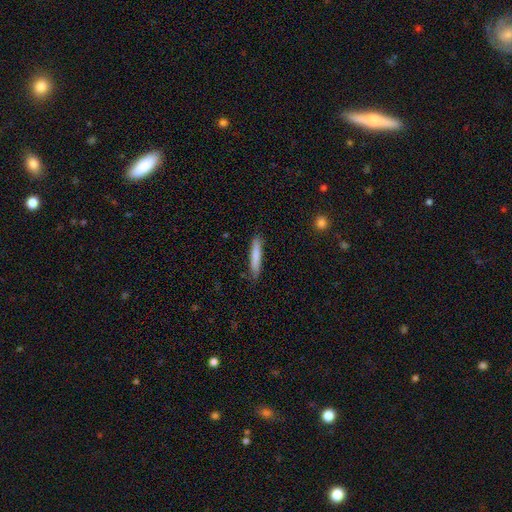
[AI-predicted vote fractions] smooth-or-featured: smooth: 80% | featured or disk: 14% | star or artifact: 6%
  how-rounded: cigar-shaped: 91% | in between: 8% | round: 1%
  merging: none: 84% | minor disturbance: 12% | major disturbance: 2% | merger: 1%